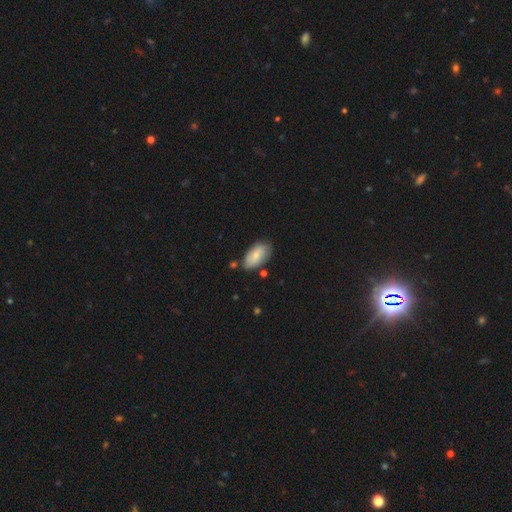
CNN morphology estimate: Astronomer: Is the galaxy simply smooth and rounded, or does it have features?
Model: smooth — 69%.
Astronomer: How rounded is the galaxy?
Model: in between — 94%.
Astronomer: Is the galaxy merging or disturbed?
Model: none — 73%.